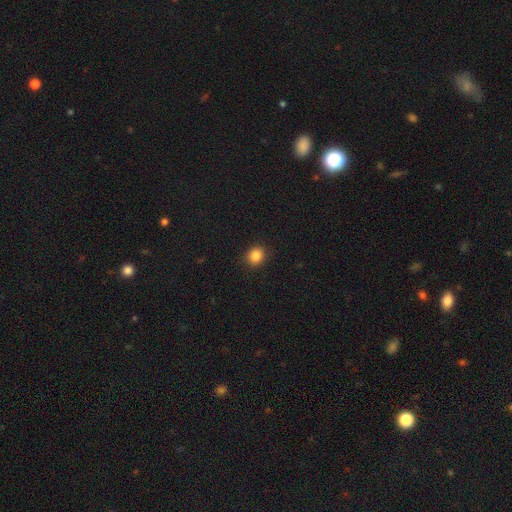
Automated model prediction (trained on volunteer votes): smooth_or_featured: smooth (p=0.85) [alt: star or artifact p=0.11]
how_rounded: round (p=0.78) [alt: in between p=0.21]
merging: none (p=0.91) [alt: minor disturbance p=0.07]